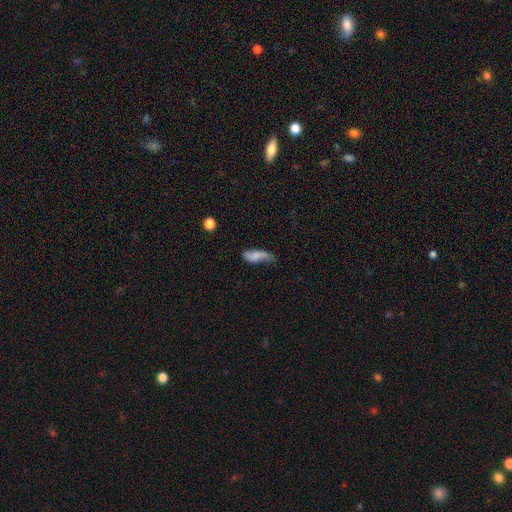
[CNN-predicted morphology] The model was most divided on "merging": minor disturbance: 39%, none: 35%, major disturbance: 22%, merger: 4%. More confident: how rounded — in between (71%); smooth or featured — smooth (64%).